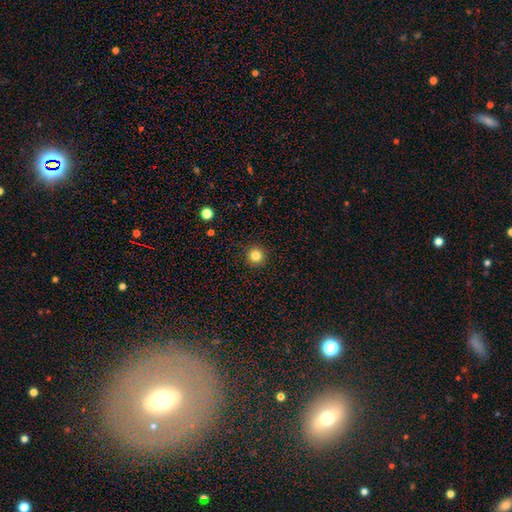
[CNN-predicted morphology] A smooth galaxy with no disk features (83%) that is round (96%). Merging: none (93%).